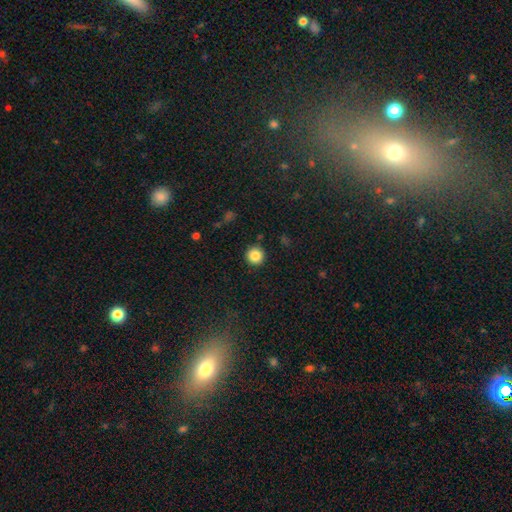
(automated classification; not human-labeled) Smooth or featured? Predicted: smooth (p=0.86). How rounded? Predicted: round (p=0.95). Merging? Predicted: none (p=0.91).